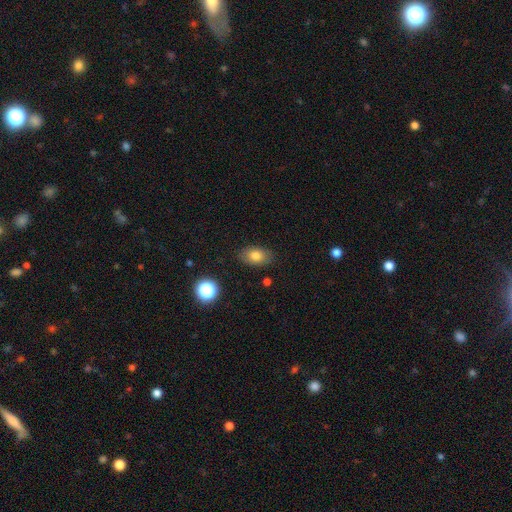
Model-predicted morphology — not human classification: Smooth or featured? Predicted: smooth (p=0.79). How rounded? Predicted: in between (p=0.84). Merging? Predicted: none (p=0.84).